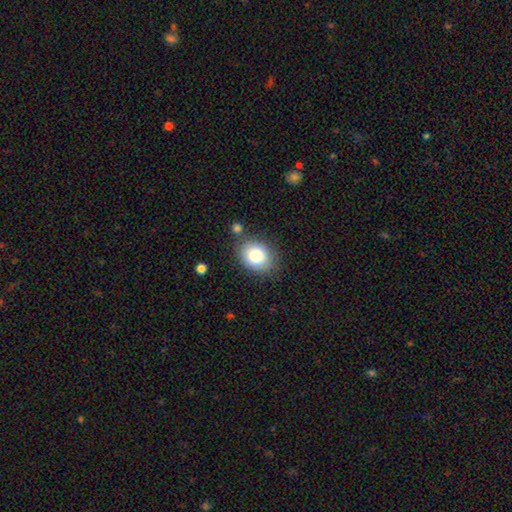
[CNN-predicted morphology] A smooth galaxy with no disk features (86%) that is in between round and cigar-shaped (53%).

Vote fractions:
- Smooth or featured? smooth: 86% / star or artifact: 7% / featured or disk: 7%
- How rounded? in between: 53% / round: 46% / cigar-shaped: 1%
- Merging? none: 75% / minor disturbance: 15% / merger: 5% / major disturbance: 5%